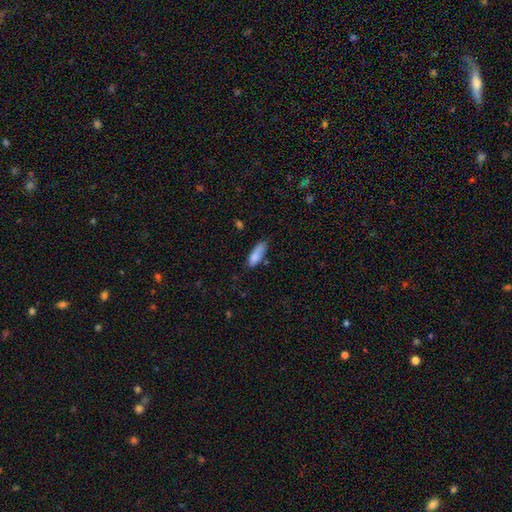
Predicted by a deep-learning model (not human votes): The model was most divided on "merging": none: 54%, minor disturbance: 32%, major disturbance: 8%, merger: 7%. More confident: smooth or featured — smooth (83%); how rounded — in between (64%).